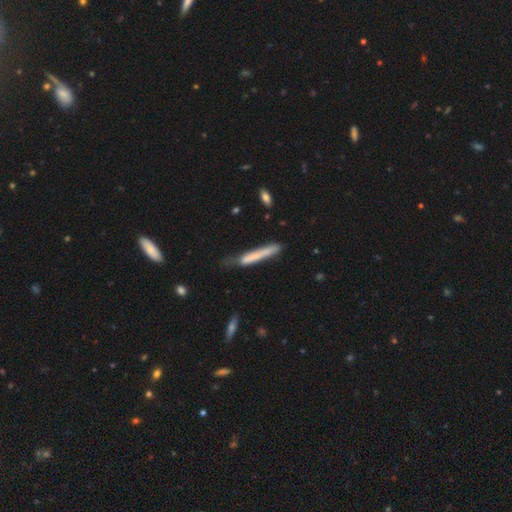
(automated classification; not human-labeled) Q: Smooth or featured?
A: smooth (67%); runner-up: featured or disk (26%)
Q: How rounded?
A: cigar-shaped (95%); runner-up: in between (4%)
Q: Merging?
A: none (54%); runner-up: minor disturbance (31%)